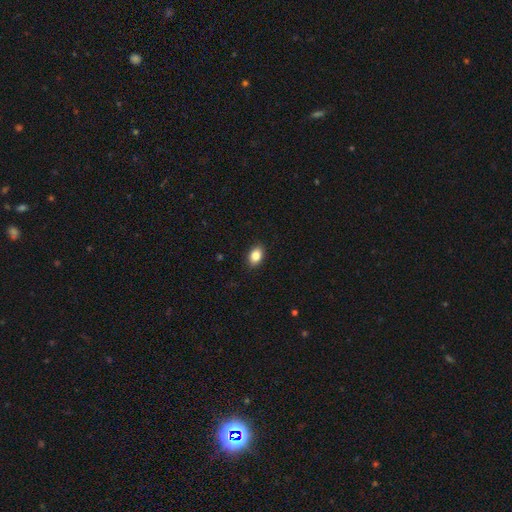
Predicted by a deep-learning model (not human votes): smooth 85%, star or artifact 8%, featured or disk 6%. Down the decision tree: how rounded — in between (83%); merging — none (89%).